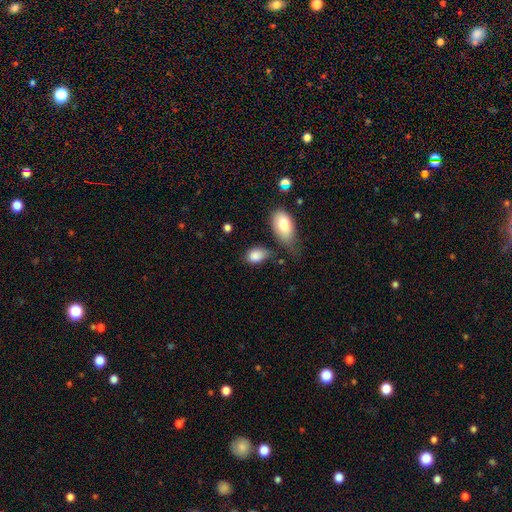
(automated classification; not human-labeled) smooth 85%, star or artifact 8%, featured or disk 7%. Down the decision tree: how rounded — in between (86%); merging — none (51%).